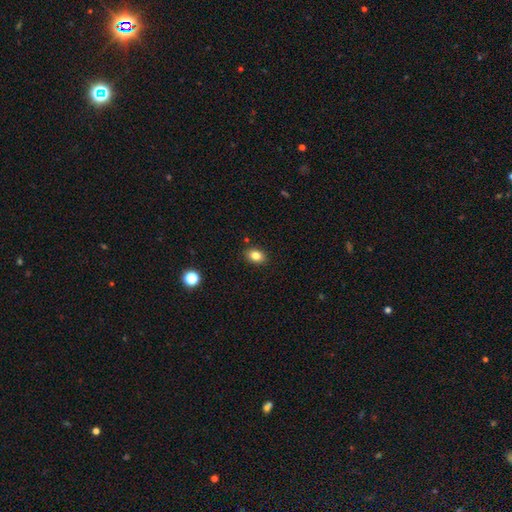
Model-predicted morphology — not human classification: Smooth or featured? Predicted: smooth (p=0.83). How rounded? Predicted: in between (p=0.72). Merging? Predicted: none (p=0.88).